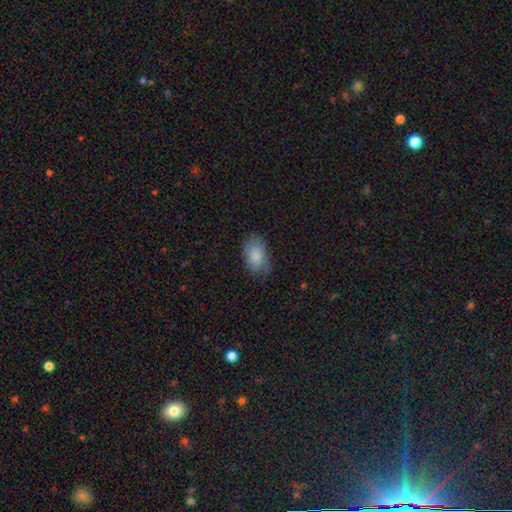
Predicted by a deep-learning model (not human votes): Smooth or featured?
  - smooth: 77% *
  - featured or disk: 16%
  - star or artifact: 7%
How rounded?
  - in between: 91% *
  - round: 7%
  - cigar-shaped: 2%
Merging?
  - none: 57% *
  - minor disturbance: 30%
  - major disturbance: 11%
  - merger: 2%